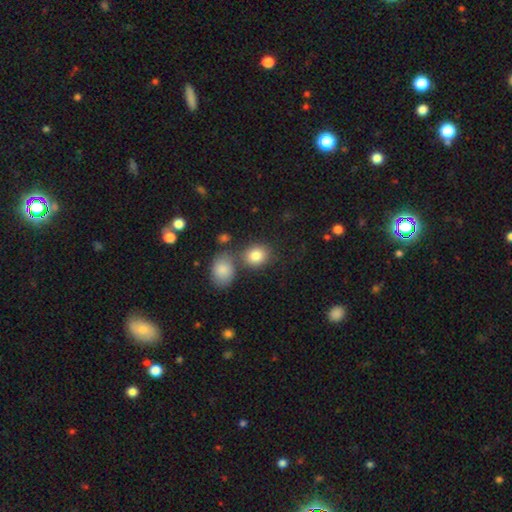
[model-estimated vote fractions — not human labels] Smooth or featured? smooth (84%)
How rounded? round (59%)
Merging? none (59%)